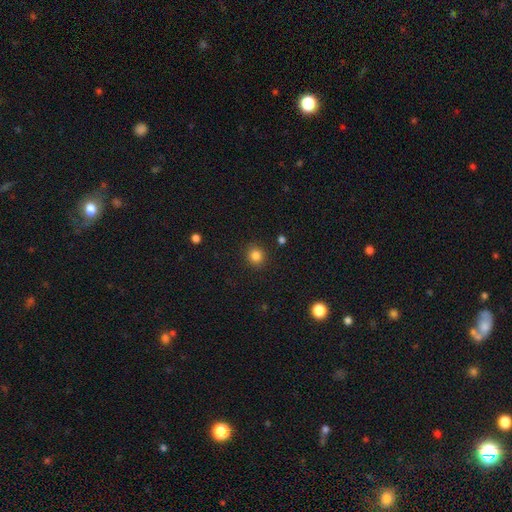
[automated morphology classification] This appears to be a smooth galaxy with no disk features (83%) that is round (90%). Merging: none (90%).